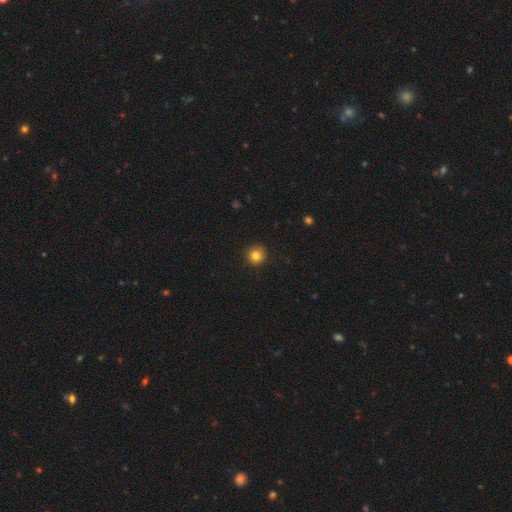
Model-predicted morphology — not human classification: A smooth galaxy with no disk features (82%) that is round (93%). Merging: none (90%).